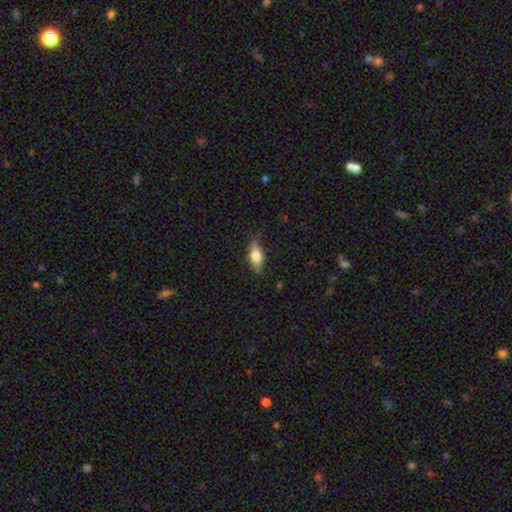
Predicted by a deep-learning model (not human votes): smooth 60%, featured or disk 33%, star or artifact 7%. Down the decision tree: how rounded — in between (67%); merging — none (83%).